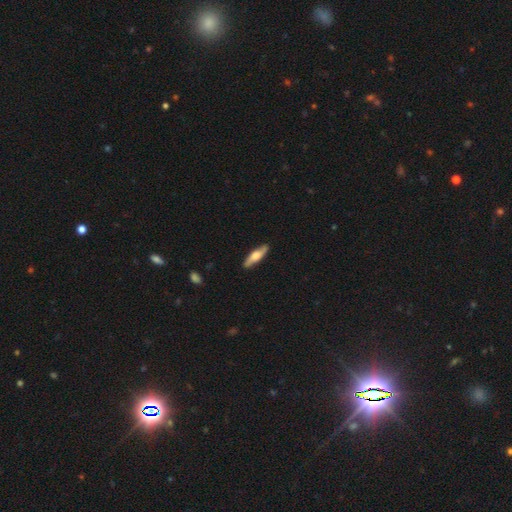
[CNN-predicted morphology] Smooth or featured?
  - featured or disk: 47% * (tied)
  - smooth: 47% * (tied)
  - star or artifact: 5%
Merging?
  - none: 86% *
  - minor disturbance: 11%
  - major disturbance: 2%
  - merger: 1%